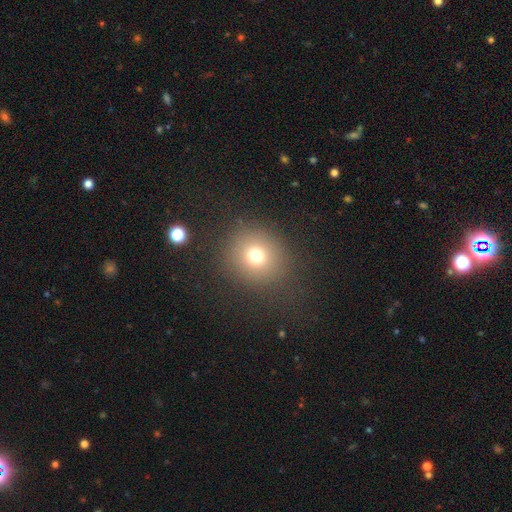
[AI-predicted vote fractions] A smooth galaxy with no disk features (73%) that is round (87%). Merging: none (85%).